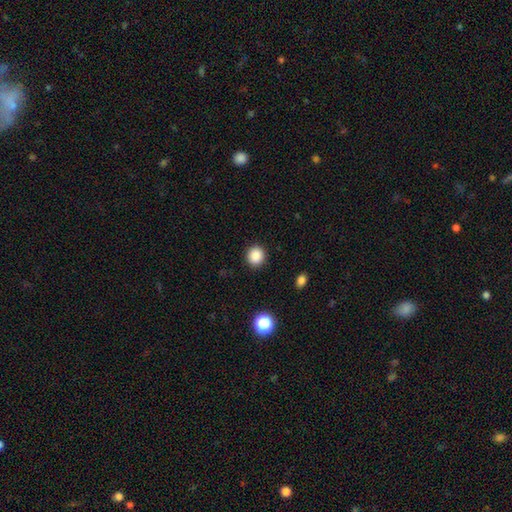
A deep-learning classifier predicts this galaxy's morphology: smooth-or-featured: smooth: 87% | star or artifact: 10% | featured or disk: 3%
  how-rounded: round: 90% | in between: 9% | cigar-shaped: 1%
  merging: none: 91% | minor disturbance: 6% | major disturbance: 2% | merger: 1%